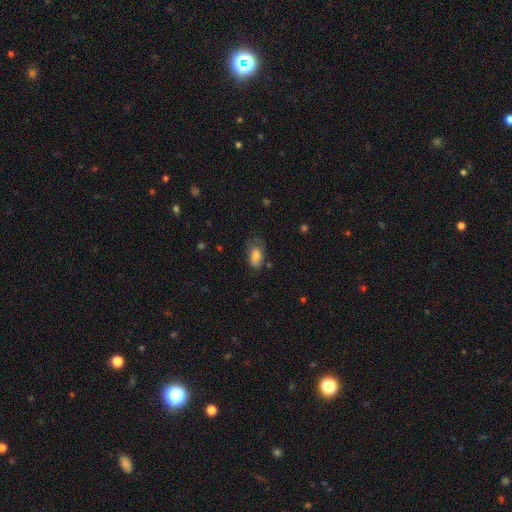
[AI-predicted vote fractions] Smooth or featured? smooth (74%)
How rounded? in between (90%)
Merging? none (52%)